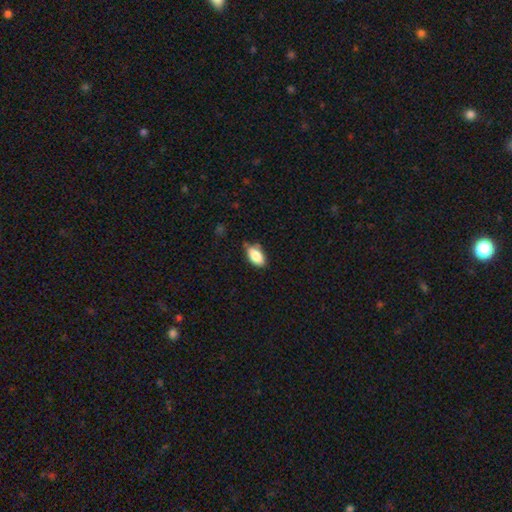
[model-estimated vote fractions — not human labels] This is clearly a smooth galaxy (85%). How rounded: clearly in between (92%). Merging: likely none (73%).